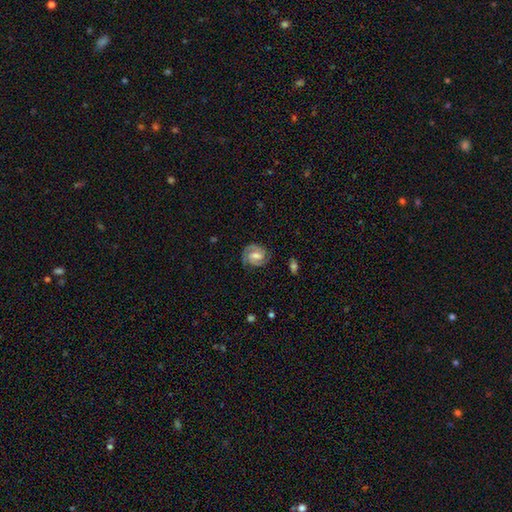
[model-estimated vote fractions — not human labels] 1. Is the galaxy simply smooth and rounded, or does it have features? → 85% featured or disk, 9% smooth, 5% star or artifact.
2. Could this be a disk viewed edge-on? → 98% no, 2% yes.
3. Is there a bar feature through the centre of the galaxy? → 52% weak, 25% no, 23% strong.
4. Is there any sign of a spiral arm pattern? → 97% yes, 3% no.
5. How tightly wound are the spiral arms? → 56% tight, 38% medium, 6% loose.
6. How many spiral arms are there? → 83% 2, 8% 3, 5% can't tell, 2% 1, 1% 4, 1% more than 4.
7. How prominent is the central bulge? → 53% moderate, 27% small, 10% large, 10% none, 1% dominant.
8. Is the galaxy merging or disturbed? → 80% none, 14% minor disturbance, 5% major disturbance, 1% merger.